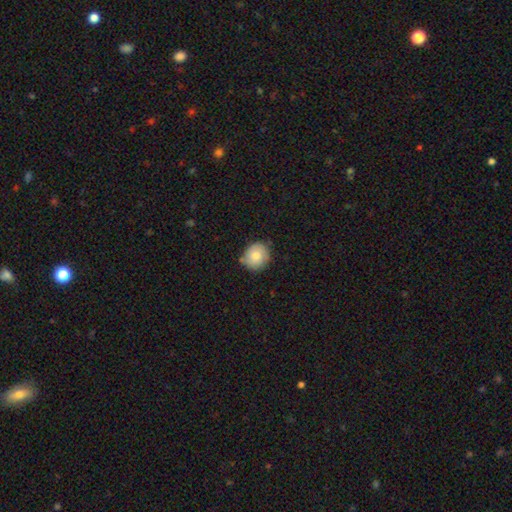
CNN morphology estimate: Smooth or featured? smooth (77%)
How rounded? round (79%)
Merging? none (74%)